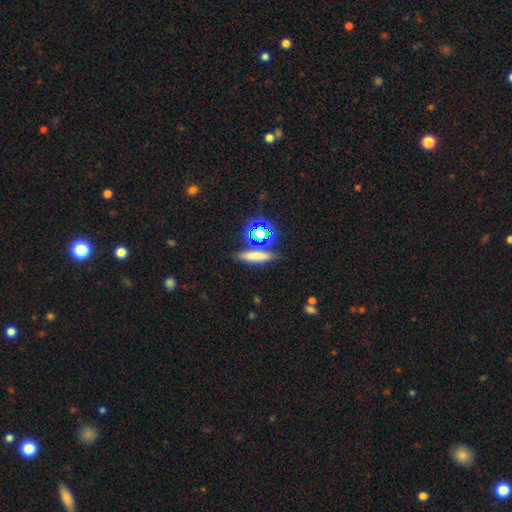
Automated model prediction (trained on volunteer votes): Smooth or featured?
  - smooth: 69% *
  - star or artifact: 20%
  - featured or disk: 11%
How rounded?
  - cigar-shaped: 63% *
  - in between: 24%
  - round: 13%
Merging?
  - none: 79% *
  - minor disturbance: 9%
  - merger: 9%
  - major disturbance: 3%